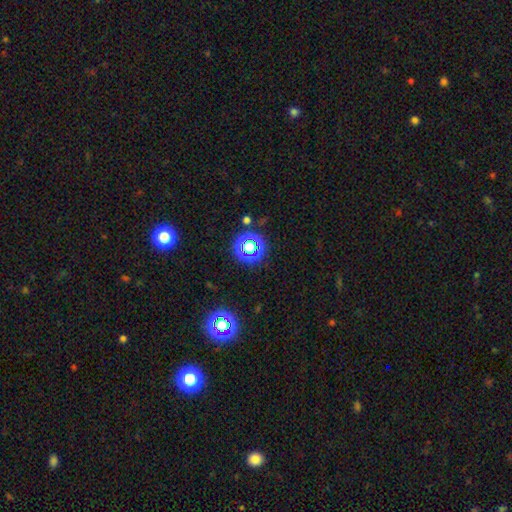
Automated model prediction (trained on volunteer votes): Smooth or featured?
  - star or artifact: 70% *
  - smooth: 22%
  - featured or disk: 8%